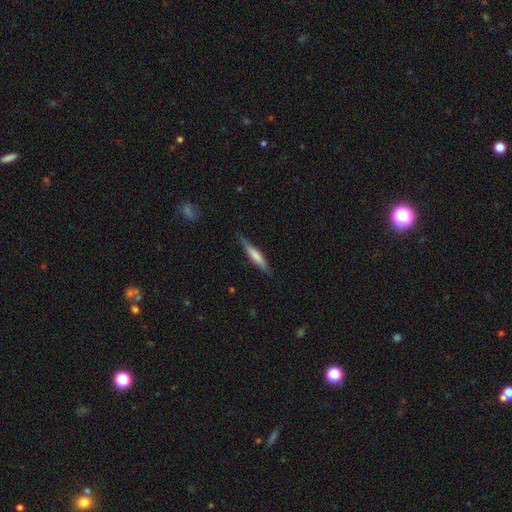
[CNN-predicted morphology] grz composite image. It shows a smooth galaxy with no disk features (56%) that is cigar-shaped (89%). Merging: none (82%).